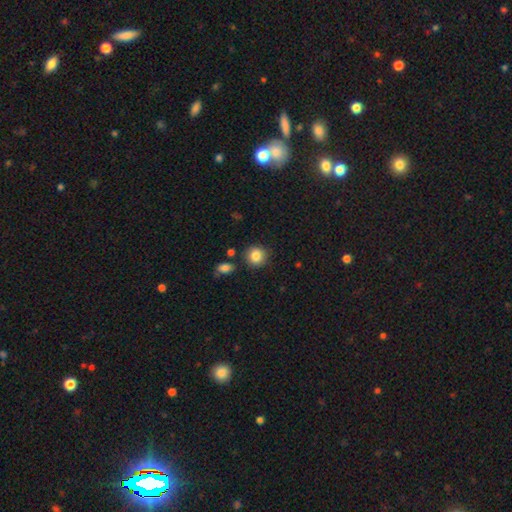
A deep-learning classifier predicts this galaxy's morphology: smooth 85%, star or artifact 9%, featured or disk 6%. Down the decision tree: how rounded — round (88%); merging — none (84%).